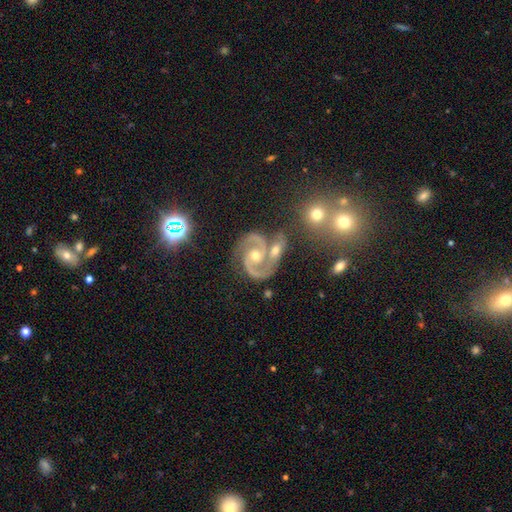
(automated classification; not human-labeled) The model was most divided on "bulge size": moderate: 58%, small: 37%, large: 2%, none: 1%, dominant: 1%. More confident: spiral arms — yes (98%); edge-on disk — no (98%); spiral arm count — 2 (92%); smooth or featured — featured or disk (91%); bar — no (62%); merging — none (59%); spiral winding — medium (58%).